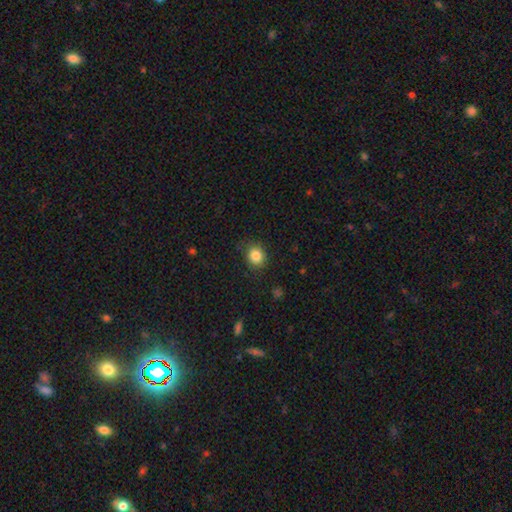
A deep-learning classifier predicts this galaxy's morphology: Q: Smooth or featured?
A: smooth (85%); runner-up: star or artifact (10%)
Q: How rounded?
A: round (72%); runner-up: in between (27%)
Q: Merging?
A: none (82%); runner-up: minor disturbance (13%)